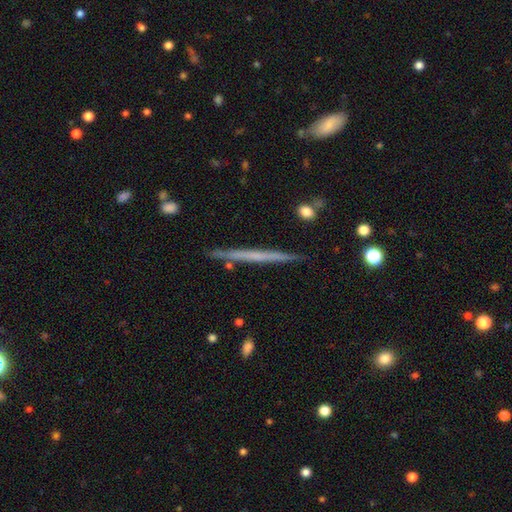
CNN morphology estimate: This appears to be a featured or disk galaxy (57%) viewed edge-on (98%) with no central bulge (88%). Merging: none (90%).